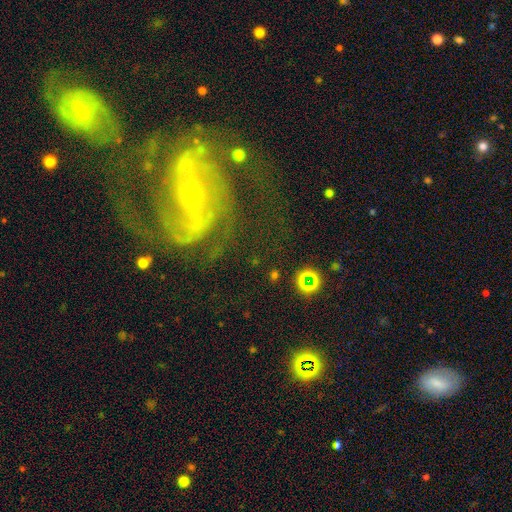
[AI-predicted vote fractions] A featured or disk galaxy (87%) with a strong bar (55%), 2 (71%) medium (51%) spiral arms (94%) and a small central bulge (81%). Merging: none (54%).